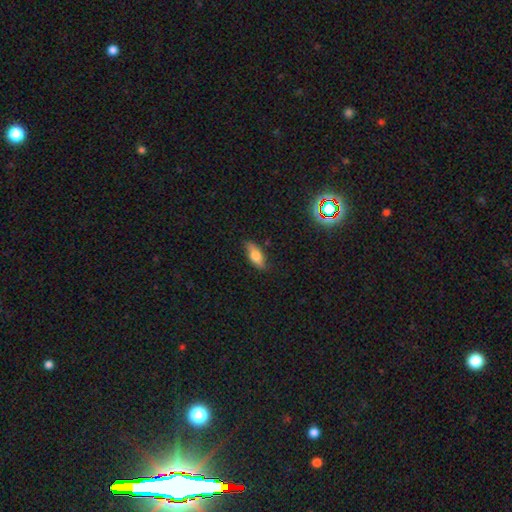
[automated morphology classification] The model was most divided on "smooth or featured": smooth: 69%, featured or disk: 23%, star or artifact: 8%. More confident: merging — none (80%); how rounded — in between (75%).